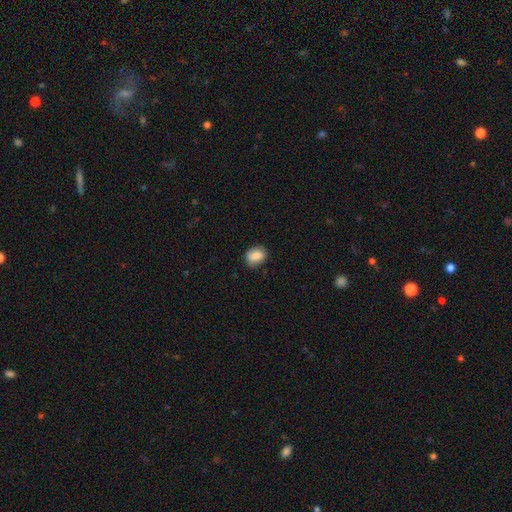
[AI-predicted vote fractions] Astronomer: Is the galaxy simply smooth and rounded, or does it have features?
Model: smooth — 84%.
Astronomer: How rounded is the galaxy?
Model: in between — 53% (runner-up: round, 46%).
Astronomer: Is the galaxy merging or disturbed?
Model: none — 81%.